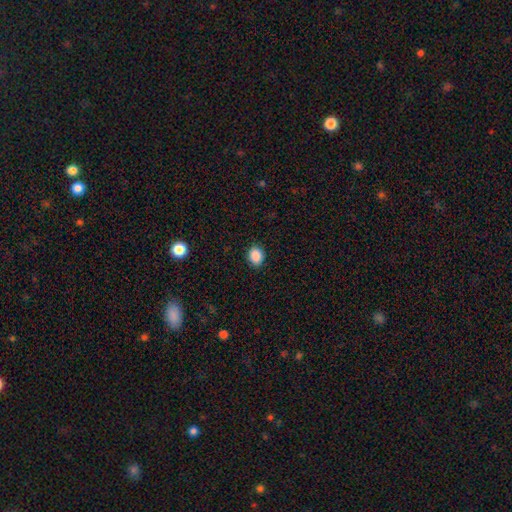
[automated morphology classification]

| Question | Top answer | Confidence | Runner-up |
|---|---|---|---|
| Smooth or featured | smooth | 89% | star or artifact (9%) |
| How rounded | round | 55% | in between (44%) |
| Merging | none | 88% | minor disturbance (8%) |